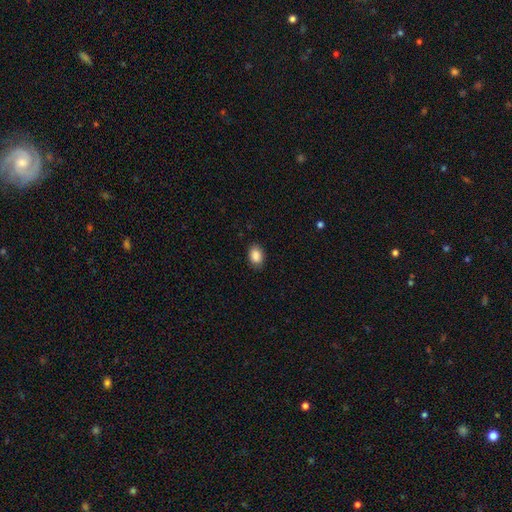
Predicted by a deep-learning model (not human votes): The model was most divided on "how rounded": in between: 83%, round: 16%, cigar-shaped: 1%. More confident: smooth or featured — smooth (89%); merging — none (87%).